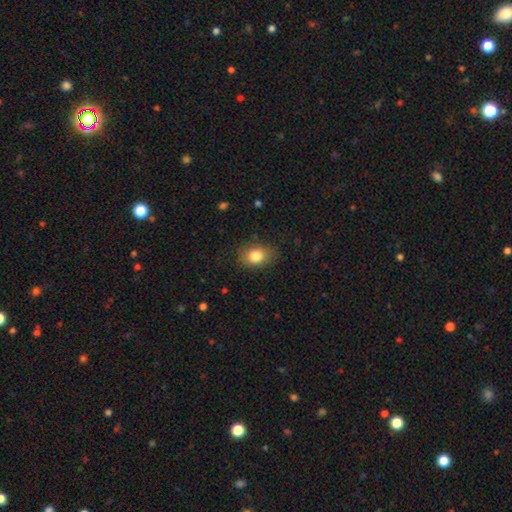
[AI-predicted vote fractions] smooth-or-featured: smooth: 82% | star or artifact: 9% | featured or disk: 9%
  how-rounded: in between: 65% | round: 33% | cigar-shaped: 1%
  merging: none: 81% | minor disturbance: 14% | major disturbance: 4% | merger: 1%